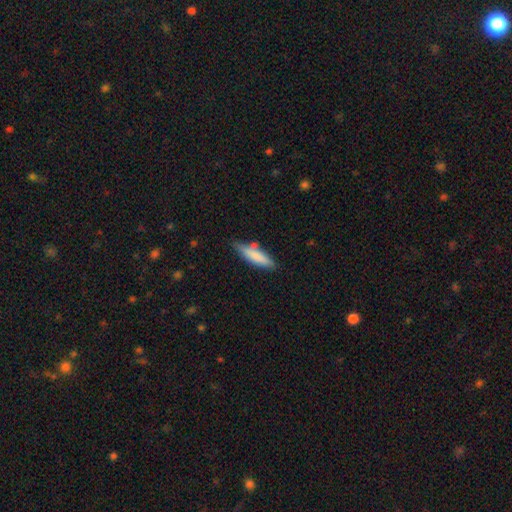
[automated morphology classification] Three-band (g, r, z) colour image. It shows a smooth galaxy with no disk features (78%) that is cigar-shaped (68%). Merging: none (67%).